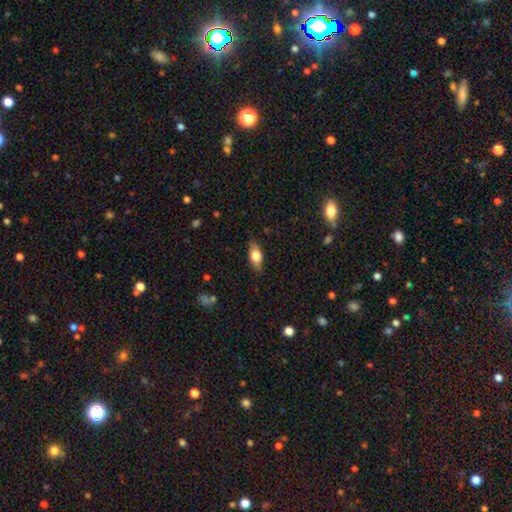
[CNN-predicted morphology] Q: Smooth or featured?
A: smooth (68%); runner-up: featured or disk (25%)
Q: How rounded?
A: in between (79%); runner-up: cigar-shaped (16%)
Q: Merging?
A: none (85%); runner-up: minor disturbance (11%)